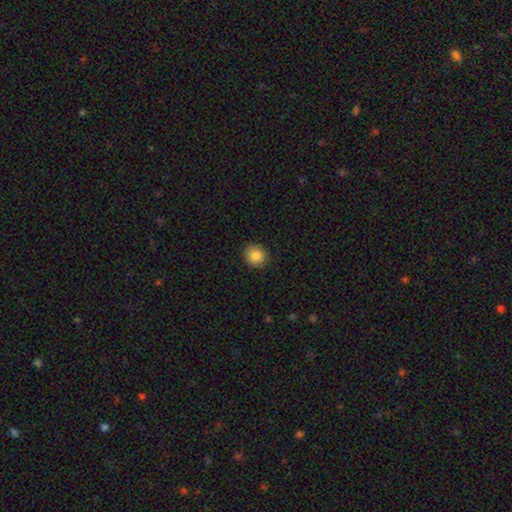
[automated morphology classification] Q: Smooth or featured?
A: smooth (86%); runner-up: star or artifact (9%)
Q: How rounded?
A: round (79%); runner-up: in between (20%)
Q: Merging?
A: none (89%); runner-up: minor disturbance (8%)